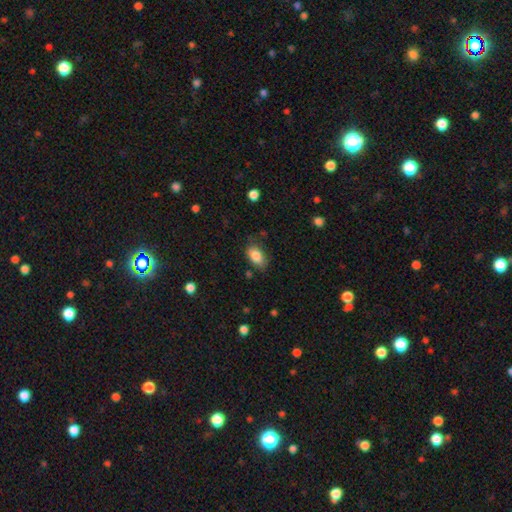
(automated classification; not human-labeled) Smooth or featured: smooth — 85% (featured or disk — 8%)
How rounded: in between — 90% (round — 7%)
Merging: none — 70% (minor disturbance — 22%)